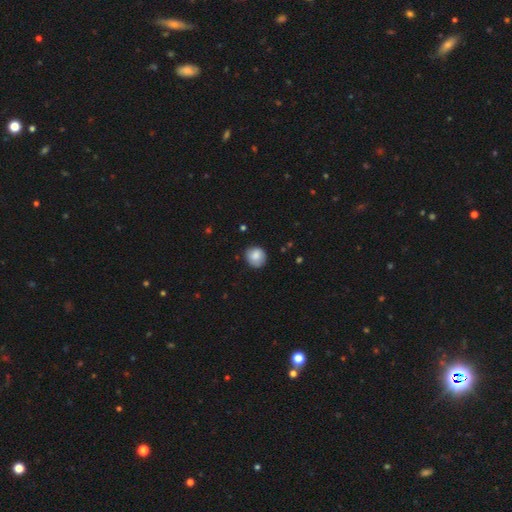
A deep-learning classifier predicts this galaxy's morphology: Q: Smooth or featured?
A: smooth (84%); runner-up: featured or disk (9%)
Q: How rounded?
A: round (87%); runner-up: in between (12%)
Q: Merging?
A: none (81%); runner-up: minor disturbance (15%)